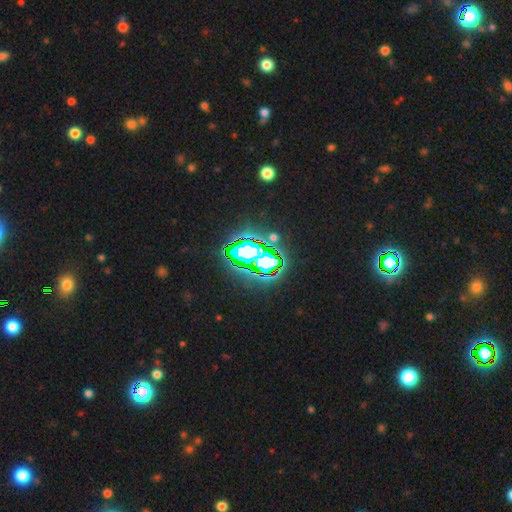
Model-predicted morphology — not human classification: star or artifact 69%, featured or disk 17%, smooth 14%.